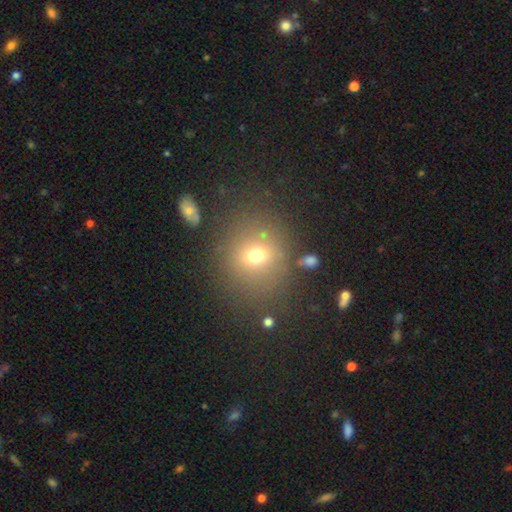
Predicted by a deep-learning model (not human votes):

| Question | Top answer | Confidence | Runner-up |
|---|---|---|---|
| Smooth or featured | smooth | 68% | star or artifact (19%) |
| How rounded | round | 74% | in between (25%) |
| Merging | none | 78% | minor disturbance (12%) |